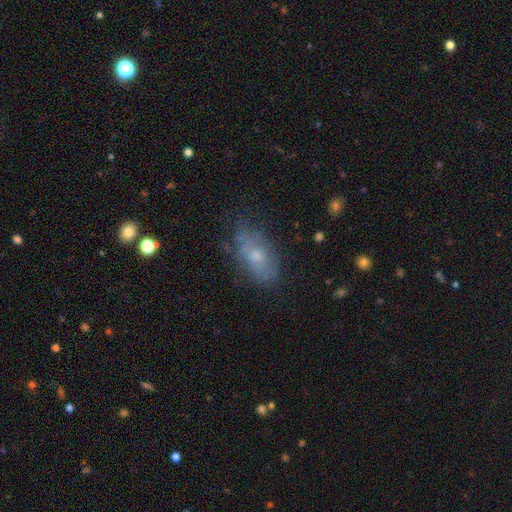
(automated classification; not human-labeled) A smooth galaxy with no disk features (58%) that is in between round and cigar-shaped (89%).

Vote fractions:
- Smooth or featured? smooth: 58% / featured or disk: 32% / star or artifact: 10%
- How rounded? in between: 89% / round: 6% / cigar-shaped: 5%
- Merging? none: 61% / minor disturbance: 26% / major disturbance: 10% / merger: 3%